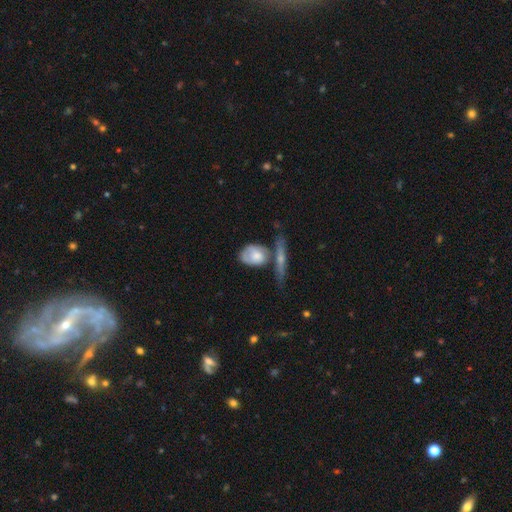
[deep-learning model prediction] A smooth galaxy with no disk features (63%) that is in between round and cigar-shaped (71%). Merging: none (36%).